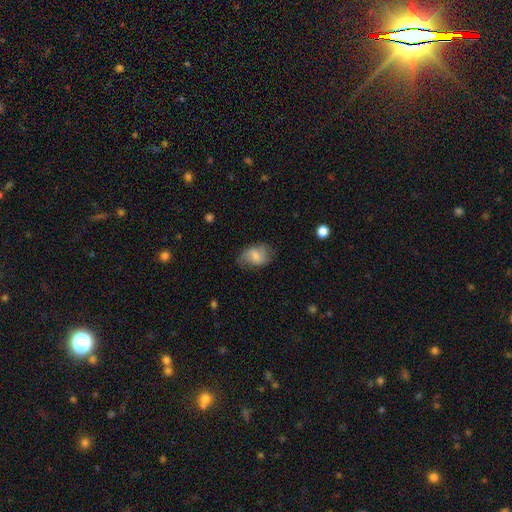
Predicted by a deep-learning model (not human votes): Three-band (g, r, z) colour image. It shows a smooth galaxy with no disk features (57%) that is in between round and cigar-shaped (81%). Merging: none (60%).